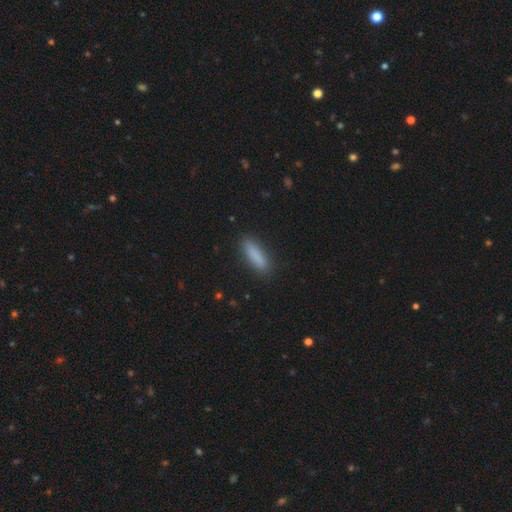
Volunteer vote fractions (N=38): This appears to be a smooth galaxy with no disk features (89%) that is cigar-shaped (85%). Merging: none (76%).